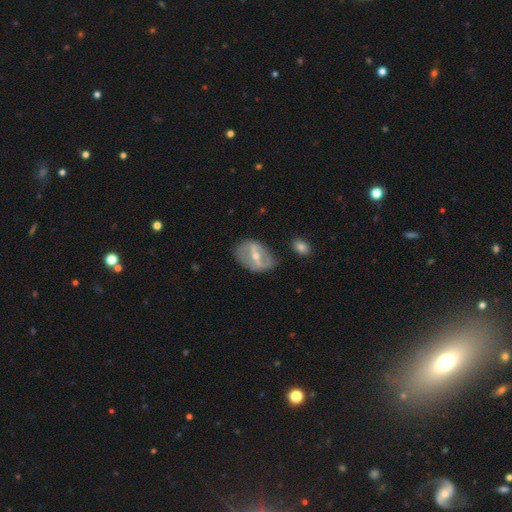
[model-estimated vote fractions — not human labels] Smooth or featured?
  - featured or disk: 71% *
  - smooth: 23%
  - star or artifact: 6%
Edge-on disk?
  - no: 90% *
  - yes: 10%
Bar?
  - strong: 65% *
  - weak: 25%
  - no: 9%
Spiral arms?
  - no: 60% *
  - yes: 40%
Bulge size?
  - moderate: 54% *
  - small: 42%
  - large: 2%
  - none: 1%
  - dominant: 1%
Merging?
  - none: 71% *
  - minor disturbance: 19%
  - major disturbance: 8%
  - merger: 2%